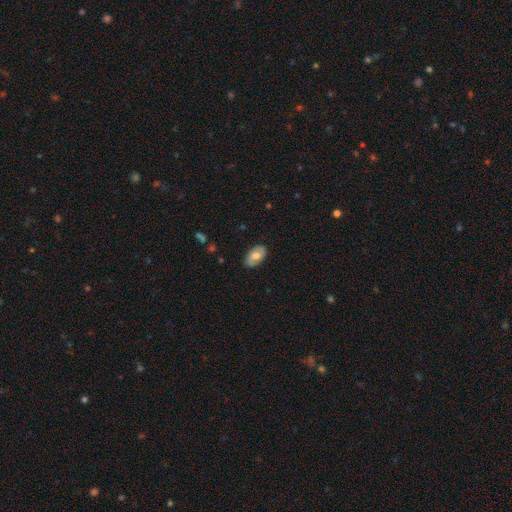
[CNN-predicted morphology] This is possibly a smooth galaxy (59%). How rounded: clearly in between (92%). Merging: clearly none (83%).